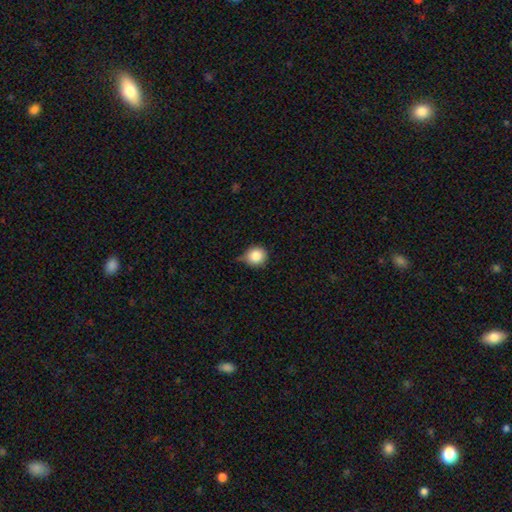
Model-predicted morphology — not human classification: Smooth or featured? Predicted: smooth (p=0.85). How rounded? Predicted: round (p=0.89). Merging? Predicted: none (p=0.58).